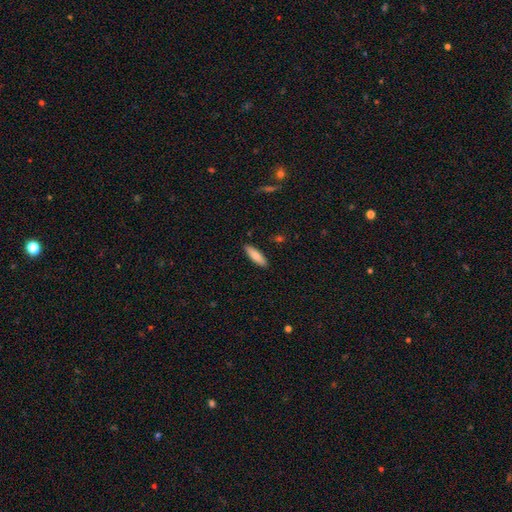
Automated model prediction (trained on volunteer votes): smooth 82%, featured or disk 12%, star or artifact 6%. Down the decision tree: how rounded — cigar-shaped (63%); merging — none (89%).